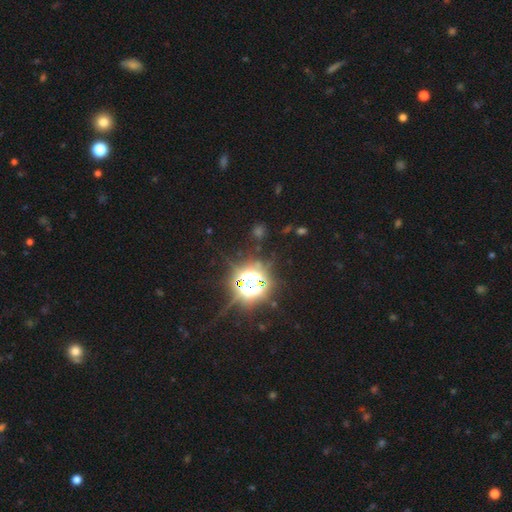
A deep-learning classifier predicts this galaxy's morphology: The model was most divided on "smooth or featured": star or artifact: 84%, smooth: 11%, featured or disk: 5%.